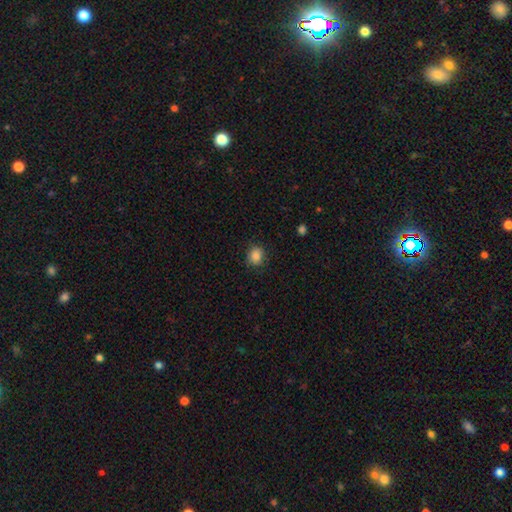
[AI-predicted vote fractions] This is clearly a smooth galaxy (86%). How rounded: likely round (66%). Merging: clearly none (82%).